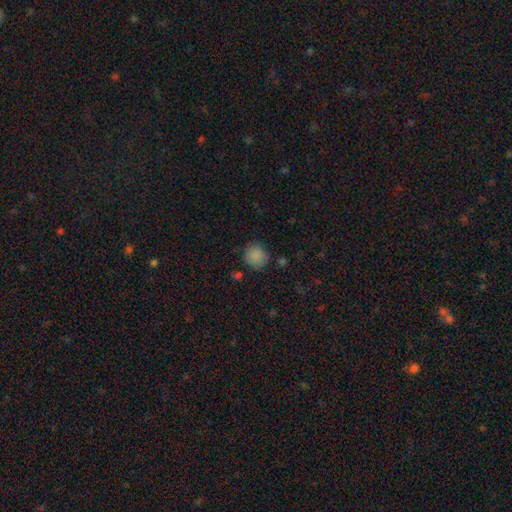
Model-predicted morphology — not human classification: Smooth or featured: smooth — 86% (star or artifact — 10%)
How rounded: round — 88% (in between — 11%)
Merging: none — 80% (minor disturbance — 14%)